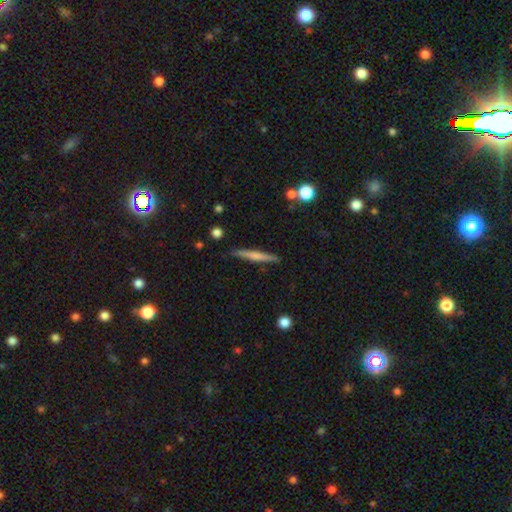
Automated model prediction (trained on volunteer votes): Smooth or featured: smooth — 50% (featured or disk — 44%)
Merging: none — 88% (minor disturbance — 9%)